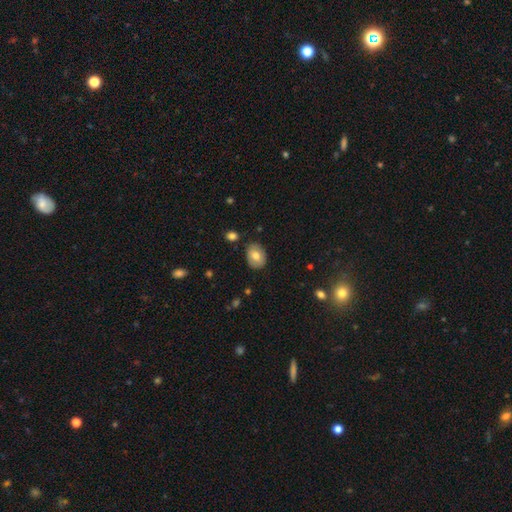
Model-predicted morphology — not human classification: type=smooth (73%); roundness=in between (73%); merging=none (82%).